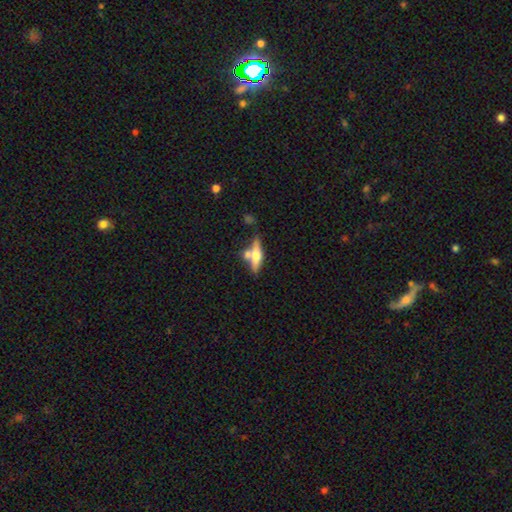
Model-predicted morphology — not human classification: A featured or disk galaxy (52%) viewed edge-on (90%). Merging: none (54%).